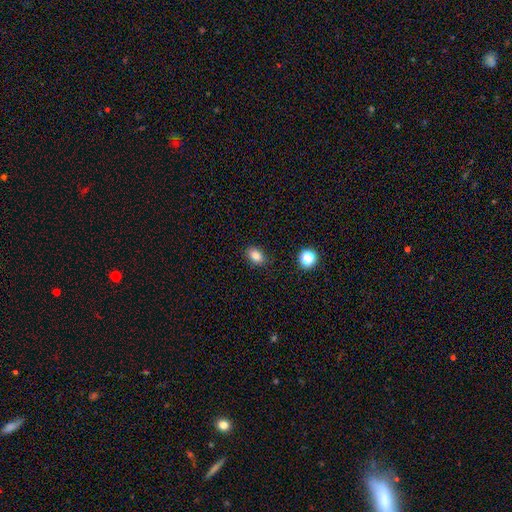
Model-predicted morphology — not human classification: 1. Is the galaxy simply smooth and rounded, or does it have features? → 84% smooth, 11% star or artifact, 6% featured or disk.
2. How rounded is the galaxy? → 76% in between, 22% round, 1% cigar-shaped.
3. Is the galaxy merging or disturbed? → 85% none, 10% minor disturbance, 3% major disturbance, 2% merger.